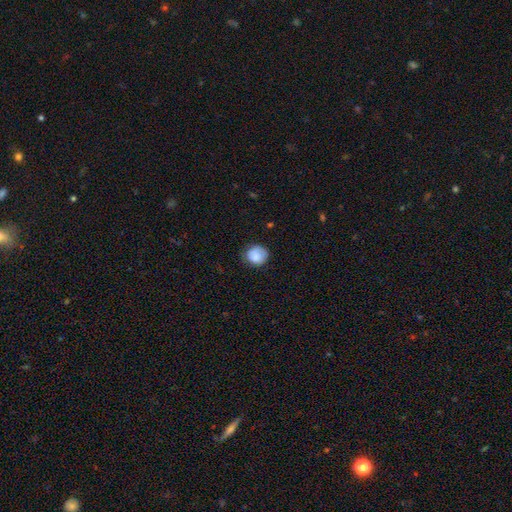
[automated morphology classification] A smooth galaxy with no disk features (82%) that is round (77%).

Vote fractions:
- Smooth or featured? smooth: 82% / featured or disk: 10% / star or artifact: 8%
- How rounded? round: 77% / in between: 22% / cigar-shaped: 1%
- Merging? none: 67% / minor disturbance: 25% / major disturbance: 7% / merger: 2%